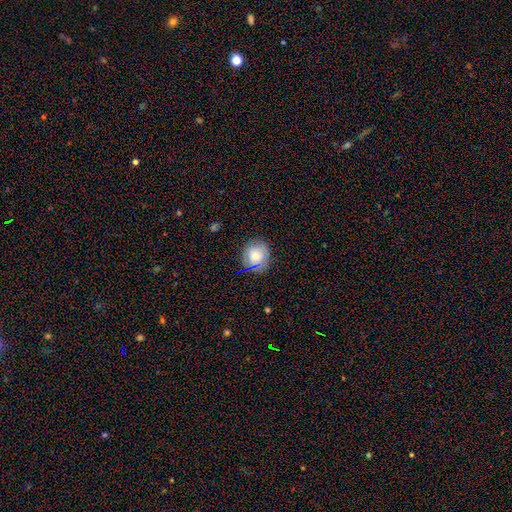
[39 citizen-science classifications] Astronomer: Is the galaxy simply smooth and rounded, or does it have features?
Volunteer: smooth — 72%.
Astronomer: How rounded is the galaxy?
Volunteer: round — 86%.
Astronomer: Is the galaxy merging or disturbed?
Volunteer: none — 75%.